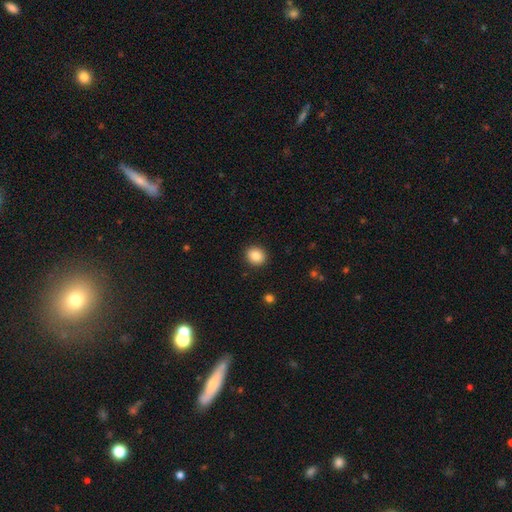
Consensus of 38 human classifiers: A smooth galaxy with no disk features (82%) that is round (81%).

Vote fractions:
- Smooth or featured? smooth: 82% / featured or disk: 11% / star or artifact: 8%
- How rounded? round: 81% / in between: 19% / cigar-shaped: 0%
- Merging? none: 97% / merger: 3% / minor disturbance: 0% / major disturbance: 0%